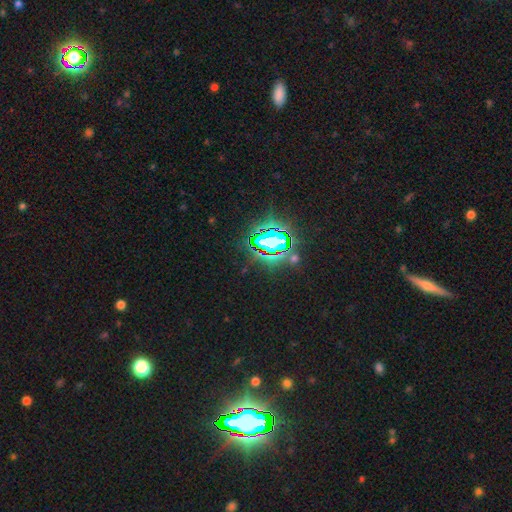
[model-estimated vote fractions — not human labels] This is clearly a star or artifact rather than a galaxy (80%).